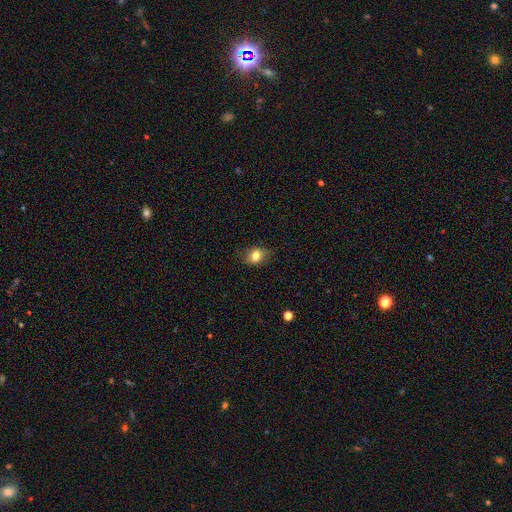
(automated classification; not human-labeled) This appears to be a smooth galaxy with no disk features (79%) that is in between round and cigar-shaped (59%). Merging: none (78%).